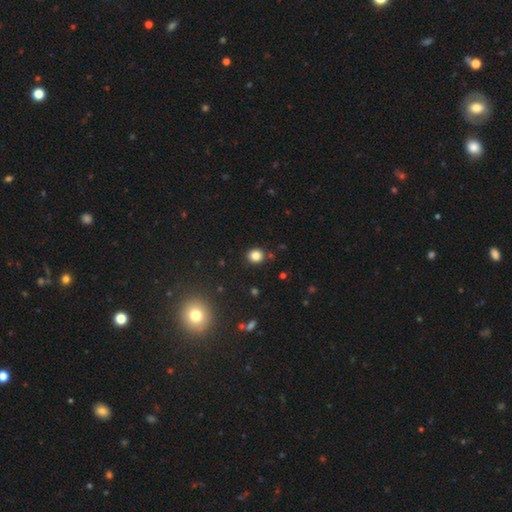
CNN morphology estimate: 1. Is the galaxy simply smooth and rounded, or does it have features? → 82% smooth, 13% star or artifact, 5% featured or disk.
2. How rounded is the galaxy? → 82% round, 17% in between, 1% cigar-shaped.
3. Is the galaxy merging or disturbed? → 87% none, 8% minor disturbance, 3% merger, 2% major disturbance.